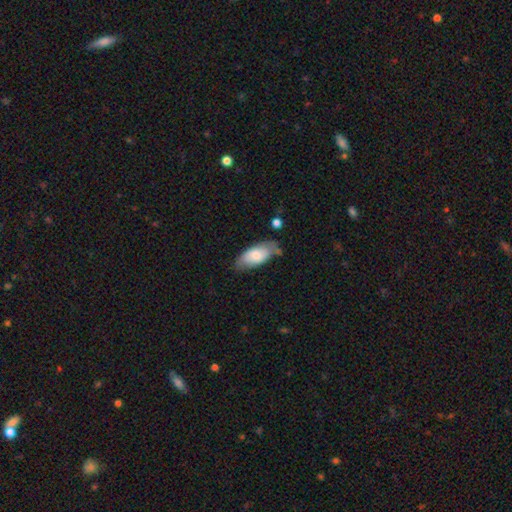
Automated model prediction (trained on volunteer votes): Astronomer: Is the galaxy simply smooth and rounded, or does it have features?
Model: smooth — 75%.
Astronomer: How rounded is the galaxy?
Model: in between — 89%.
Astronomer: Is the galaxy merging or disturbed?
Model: none — 59%.